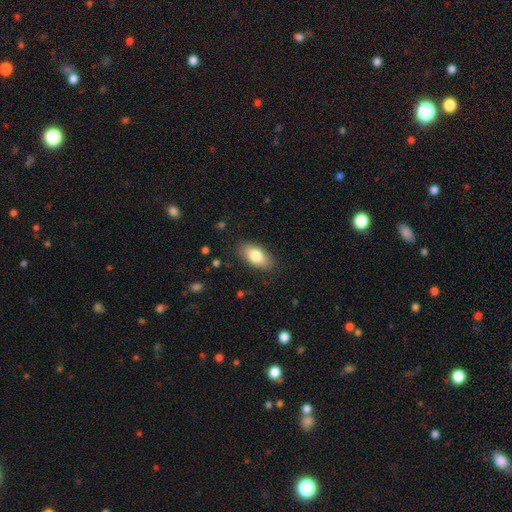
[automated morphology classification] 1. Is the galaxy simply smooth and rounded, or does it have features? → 80% smooth, 13% featured or disk, 7% star or artifact.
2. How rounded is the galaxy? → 91% in between, 5% cigar-shaped, 4% round.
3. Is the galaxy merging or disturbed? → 86% none, 10% minor disturbance, 3% major disturbance, 1% merger.